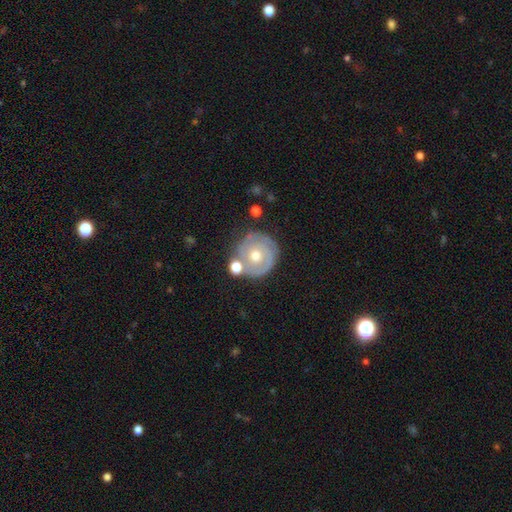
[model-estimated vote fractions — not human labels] Smooth or featured? Predicted: featured or disk (p=0.75). Edge-on disk? Predicted: no (p=0.97). Bar? Predicted: no (p=0.82). Spiral arms? Predicted: yes (p=0.85). Spiral winding? Predicted: tight (p=0.77). Spiral arm count? Predicted: 2 (p=0.40). Bulge size? Predicted: moderate (p=0.71). Merging? Predicted: none (p=0.70).